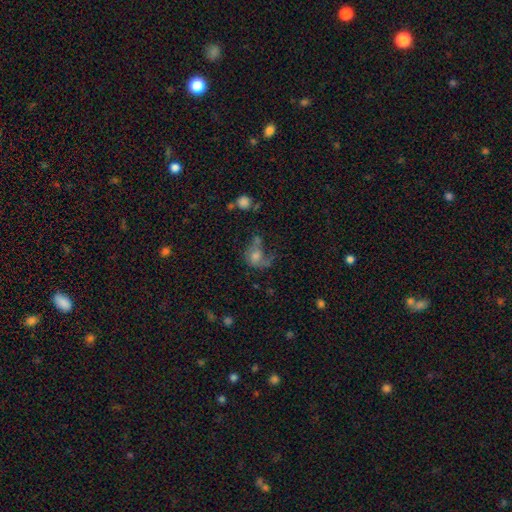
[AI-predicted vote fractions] This is possibly a smooth galaxy (48%). Merging: marginally major disturbance (40%).